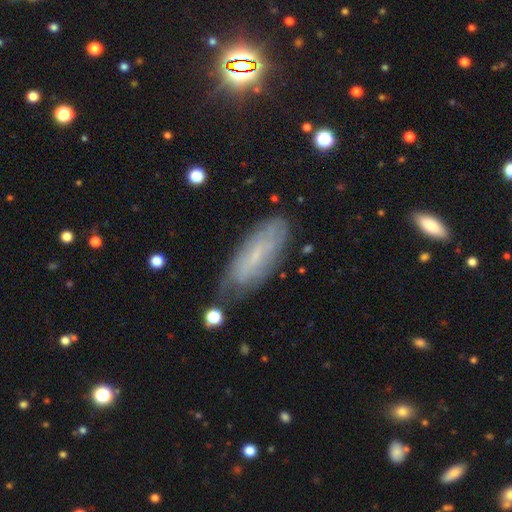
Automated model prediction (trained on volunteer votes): Smooth or featured? featured or disk (46%)
Merging? none (72%)